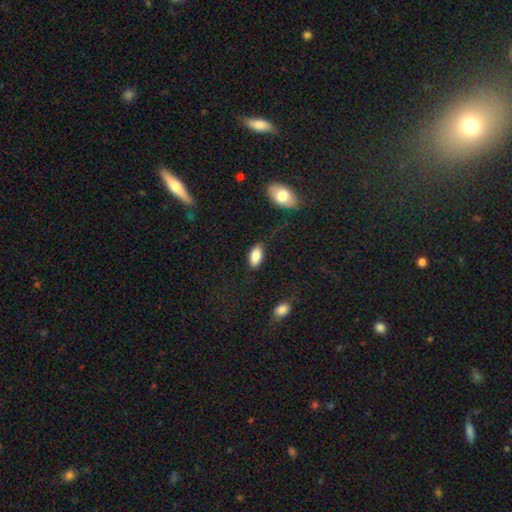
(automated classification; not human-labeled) smooth 85%, featured or disk 8%, star or artifact 7%. Down the decision tree: how rounded — in between (92%); merging — none (74%).